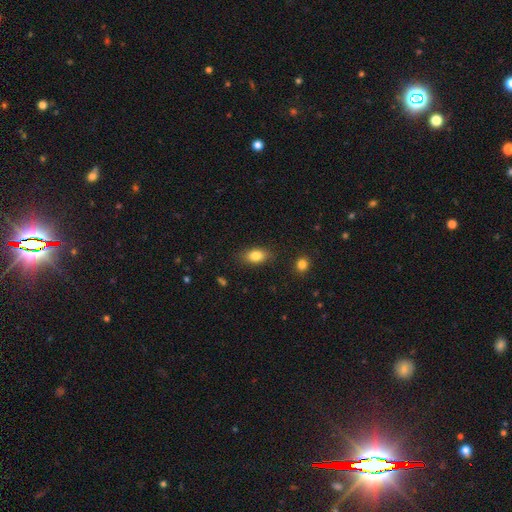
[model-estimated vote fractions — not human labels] Smooth or featured? smooth (83%)
How rounded? in between (85%)
Merging? none (84%)